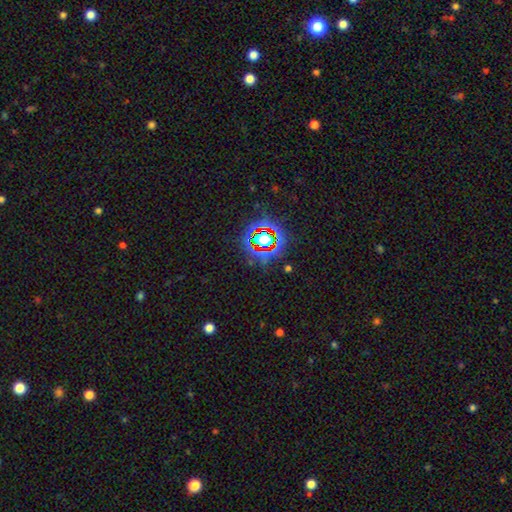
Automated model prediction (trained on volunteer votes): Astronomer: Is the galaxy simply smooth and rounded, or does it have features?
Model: star or artifact — 79%.